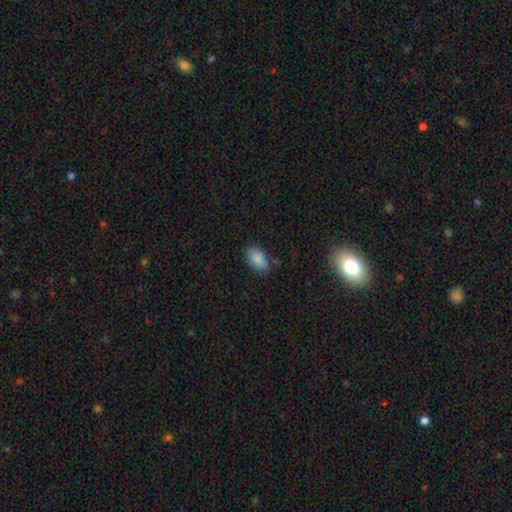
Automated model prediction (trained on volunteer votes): Overall: smooth (83%). How rounded: in between (89%). Merging: none (76%).